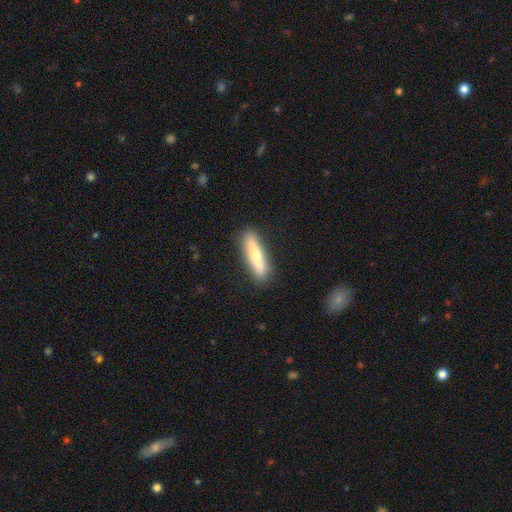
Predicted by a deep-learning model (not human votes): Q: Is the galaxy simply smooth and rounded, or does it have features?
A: smooth — 58%.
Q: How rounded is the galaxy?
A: cigar-shaped — 82%.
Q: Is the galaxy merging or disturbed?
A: none — 88%.